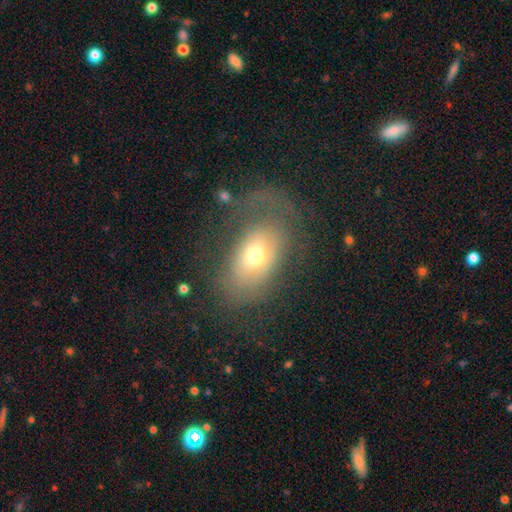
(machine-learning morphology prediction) This is possibly a smooth galaxy (51%). How rounded: clearly in between (84%). Merging: marginally none (42%).